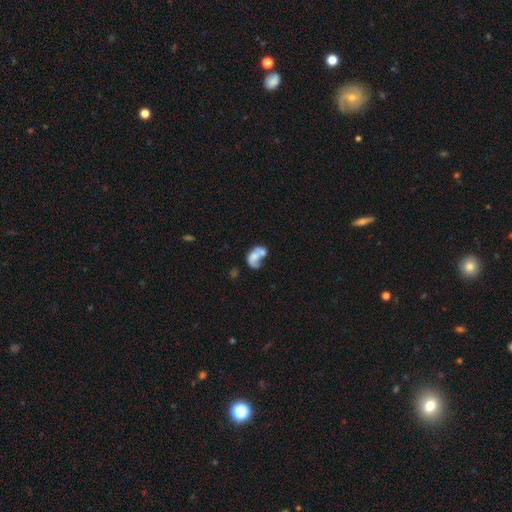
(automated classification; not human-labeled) smooth_or_featured: featured or disk (p=0.46) [alt: smooth p=0.45]
merging: merger (p=0.55) [alt: major disturbance p=0.19]